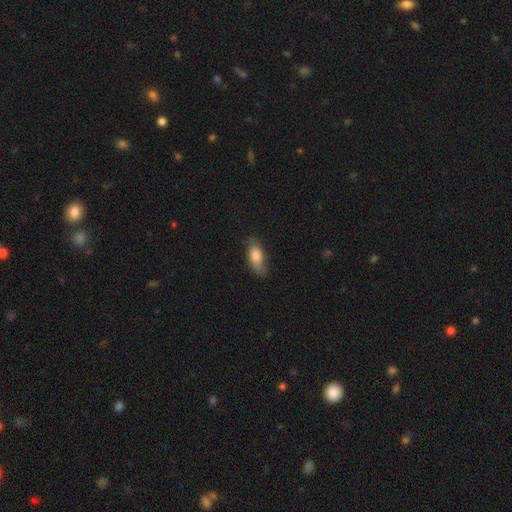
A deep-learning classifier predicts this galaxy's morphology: This is likely a smooth galaxy (76%). How rounded: likely in between (80%). Merging: likely none (67%).